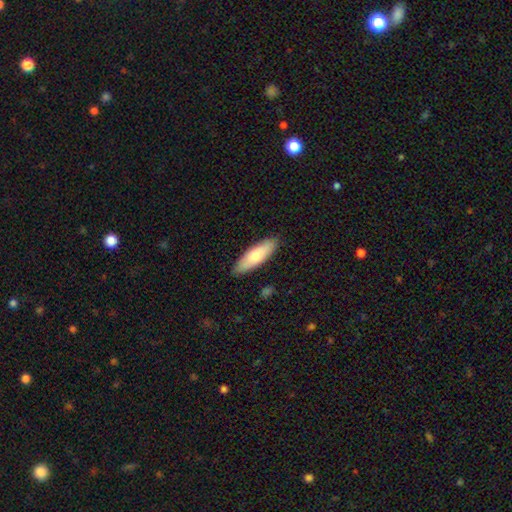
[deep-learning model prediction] The model was most divided on "how rounded": in between: 52%, cigar-shaped: 46%, round: 2%. More confident: merging — none (88%); smooth or featured — smooth (72%).